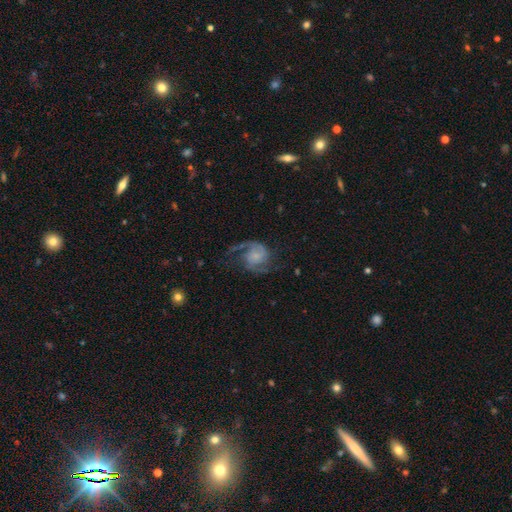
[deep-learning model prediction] featured or disk 84%, smooth 9%, star or artifact 6%. Down the decision tree: edge-on disk — no (98%); bar — no (66%); spiral arms — yes (96%); spiral arm count — 2 (83%); spiral winding — medium (49%); bulge size — small (52%); merging — none (61%).